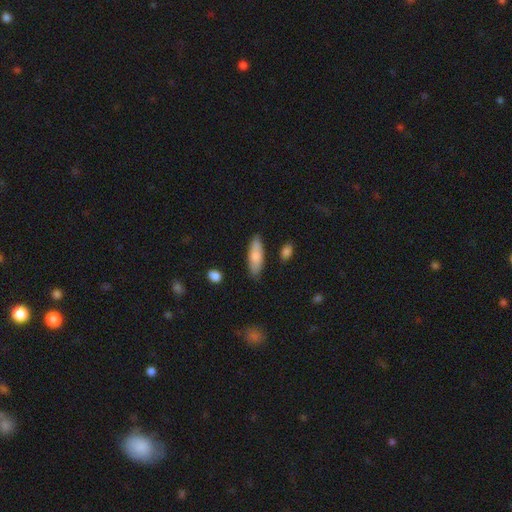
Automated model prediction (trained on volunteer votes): Smooth or featured? smooth (80%)
How rounded? in between (59%)
Merging? none (83%)